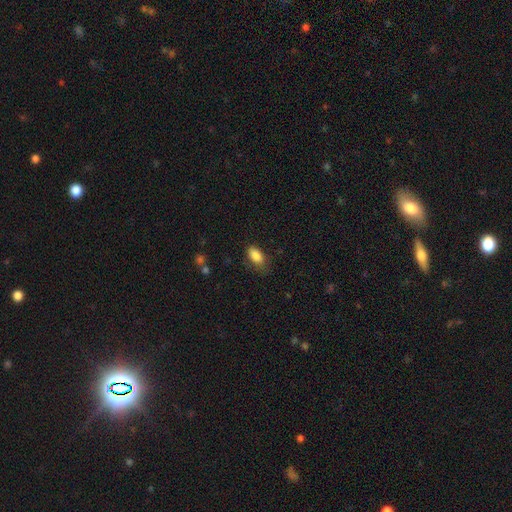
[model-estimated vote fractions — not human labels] Overall: smooth (87%). How rounded: in between (91%). Merging: none (66%).